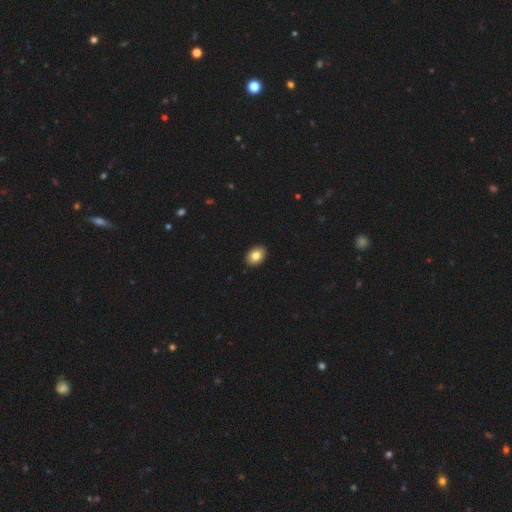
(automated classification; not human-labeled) Smooth or featured? smooth (83%)
How rounded? in between (79%)
Merging? none (92%)